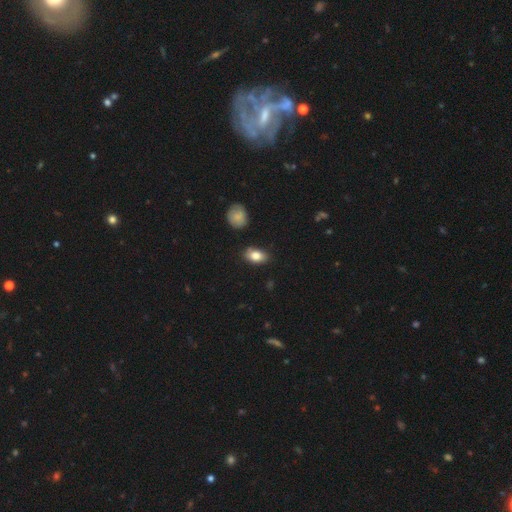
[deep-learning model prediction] Overall: smooth (84%). How rounded: in between (89%). Merging: none (83%).